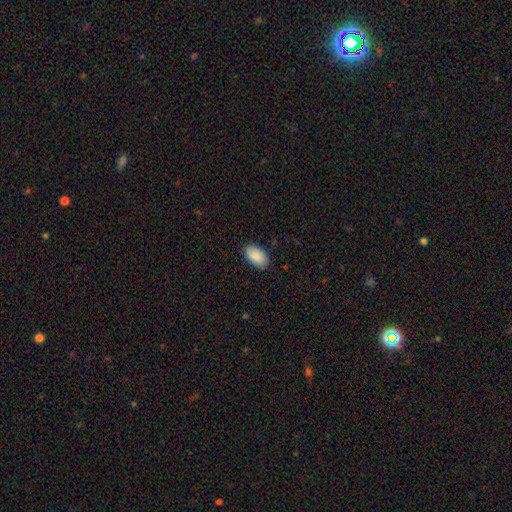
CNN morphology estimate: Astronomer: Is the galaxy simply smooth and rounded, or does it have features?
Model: smooth — 90%.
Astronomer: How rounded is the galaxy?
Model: in between — 95%.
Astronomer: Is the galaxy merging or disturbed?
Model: none — 85%.